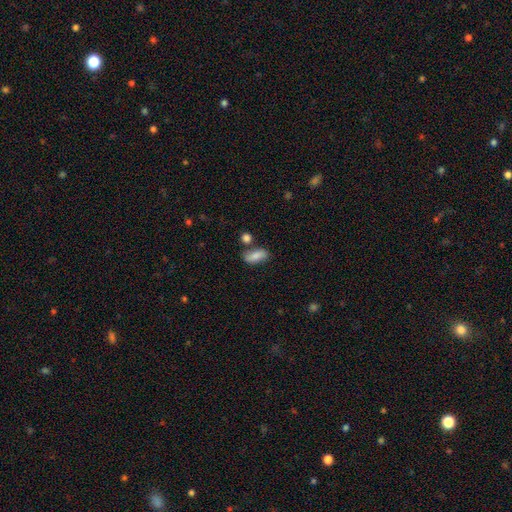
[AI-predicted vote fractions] A smooth galaxy with no disk features (80%) that is in between round and cigar-shaped (83%).

Vote fractions:
- Smooth or featured? smooth: 80% / featured or disk: 12% / star or artifact: 8%
- How rounded? in between: 83% / cigar-shaped: 13% / round: 5%
- Merging? none: 66% / minor disturbance: 17% / merger: 13% / major disturbance: 5%